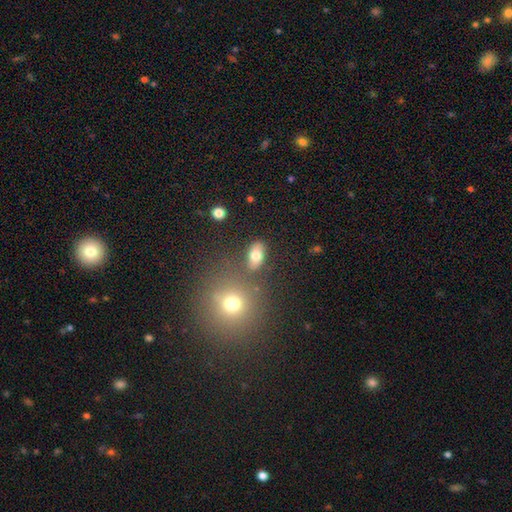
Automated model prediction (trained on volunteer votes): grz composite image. It shows a smooth galaxy with no disk features (78%) that is in between round and cigar-shaped (86%). Merging: none (78%).